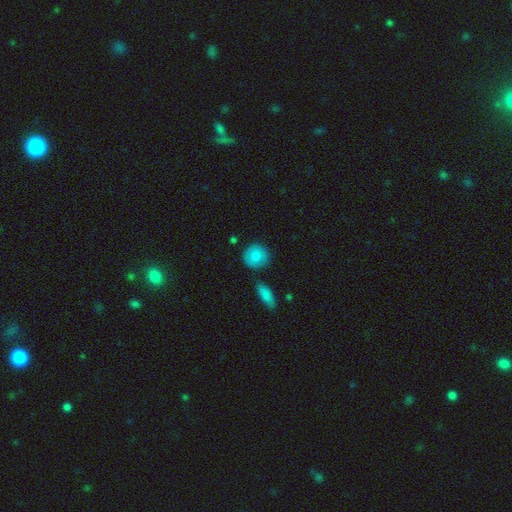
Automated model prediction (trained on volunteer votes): This is likely a smooth galaxy (78%). How rounded: clearly round (90%). Merging: clearly none (83%).